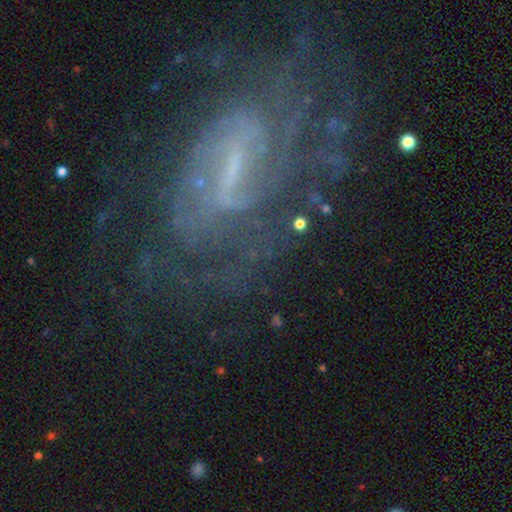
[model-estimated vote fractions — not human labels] Smooth or featured? featured or disk (80%)
Edge-on disk? no (94%)
Bar? strong (45%)
Spiral arms? yes (86%)
Spiral winding? tight (41%)
Spiral arm count? can't tell (39%)
Bulge size? small (49%)
Merging? none (60%)